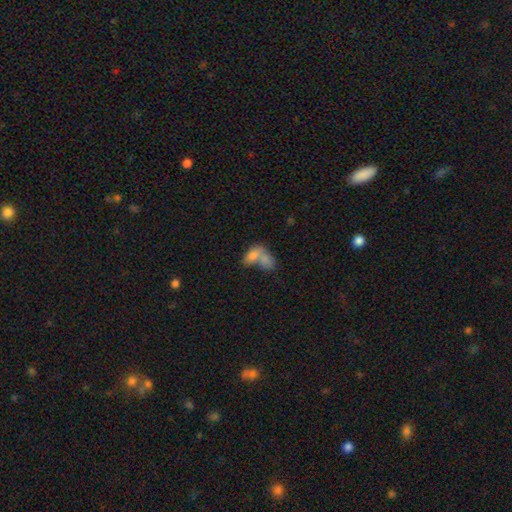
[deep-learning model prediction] A smooth galaxy with no disk features (78%) that is in between round and cigar-shaped (88%). Merging: merger (67%).